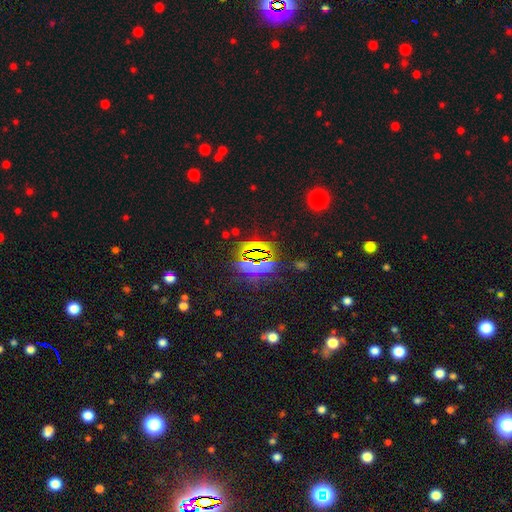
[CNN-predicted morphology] A star or artifact, not a galaxy (78%).